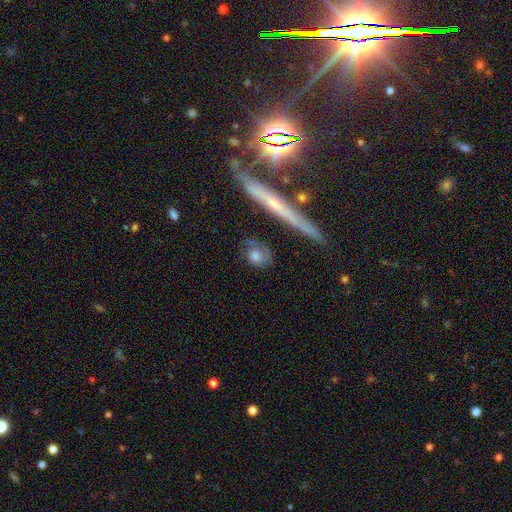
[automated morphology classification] Smooth or featured: smooth — 61% (featured or disk — 31%)
How rounded: round — 57% (in between — 22%)
Merging: none — 68% (minor disturbance — 18%)